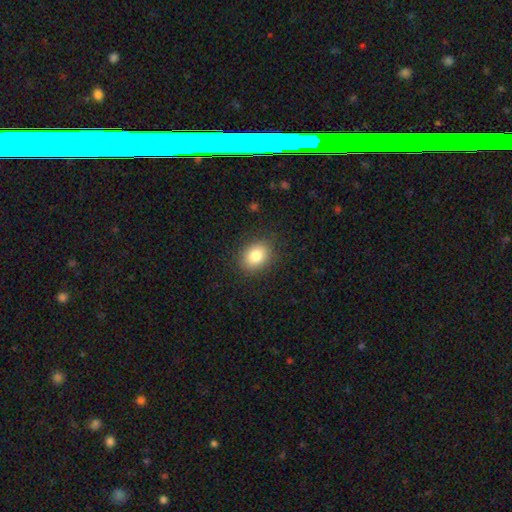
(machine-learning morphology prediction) Smooth or featured? Predicted: smooth (p=0.83). How rounded? Predicted: in between (p=0.56). Merging? Predicted: none (p=0.86).